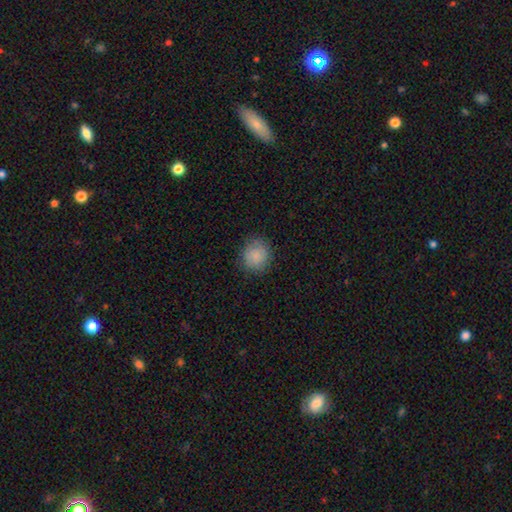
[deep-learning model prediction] This appears to be a smooth galaxy with no disk features (83%) that is round (85%). Merging: none (84%).